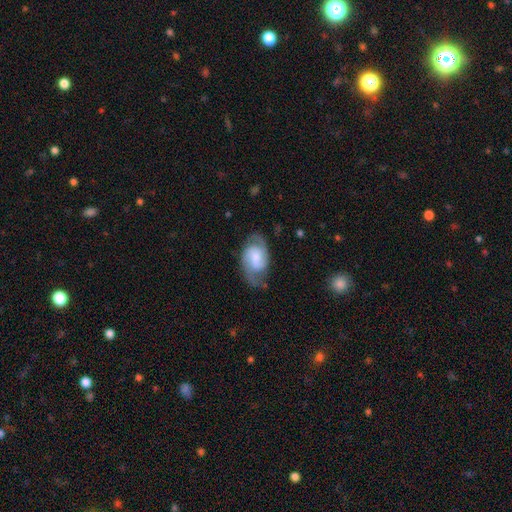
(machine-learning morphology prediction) type=featured or disk (77%); edge-on=no (97%); bar=weak (46%); spiral arms=yes (95%); winding=medium (51%); arm count=2 (87%); bulge=small (38%, tied with moderate); merging=none (70%).